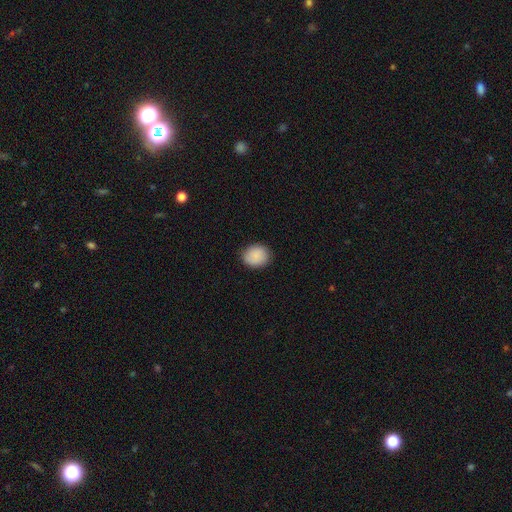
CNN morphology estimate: Smooth or featured? Predicted: smooth (p=0.89). How rounded? Predicted: round (p=0.61). Merging? Predicted: none (p=0.86).